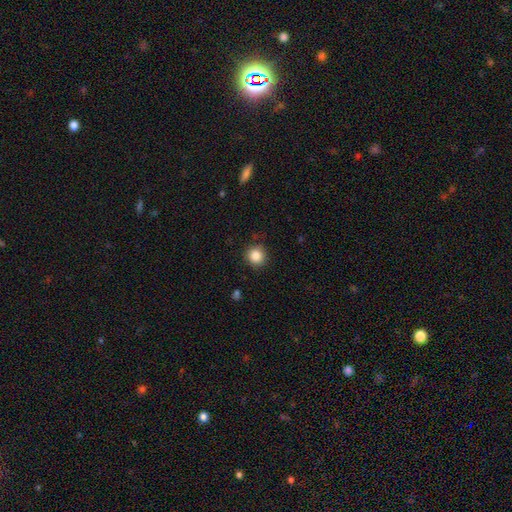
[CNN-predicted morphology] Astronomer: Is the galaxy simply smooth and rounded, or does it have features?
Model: smooth — 86%.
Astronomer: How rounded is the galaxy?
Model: round — 93%.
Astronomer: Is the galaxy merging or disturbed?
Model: none — 88%.